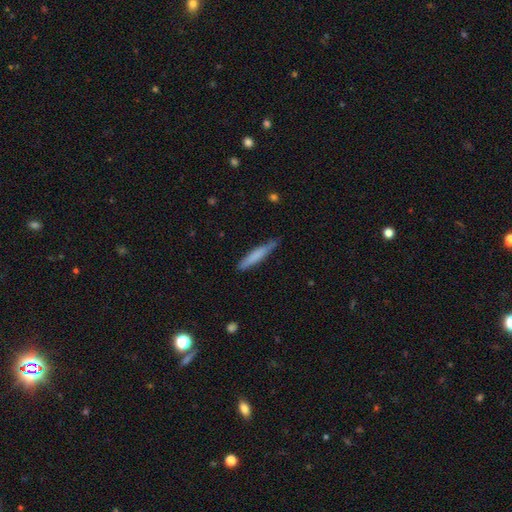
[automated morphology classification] smooth 70%, featured or disk 24%, star or artifact 6%. Down the decision tree: how rounded — cigar-shaped (93%); merging — none (76%).